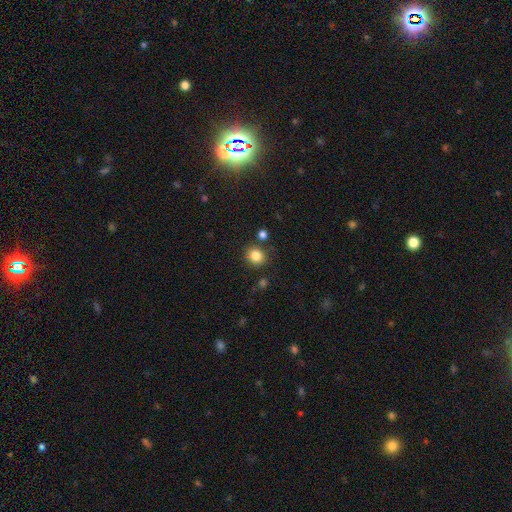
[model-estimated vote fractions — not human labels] Smooth or featured? Predicted: smooth (p=0.83). How rounded? Predicted: round (p=0.81). Merging? Predicted: none (p=0.82).